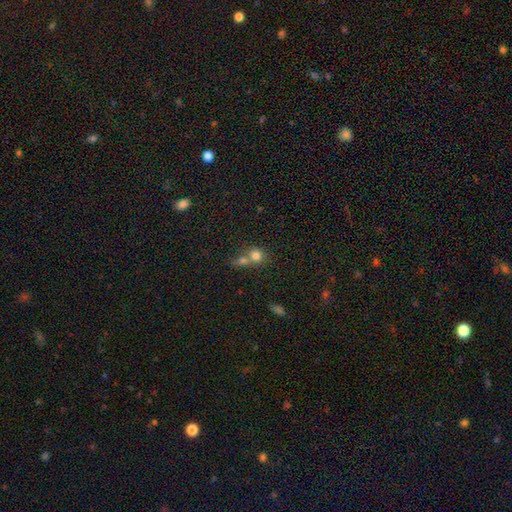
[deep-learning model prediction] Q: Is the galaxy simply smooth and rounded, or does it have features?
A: smooth — 77%.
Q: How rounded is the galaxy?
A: round — 82%.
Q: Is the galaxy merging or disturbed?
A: merger — 56%.